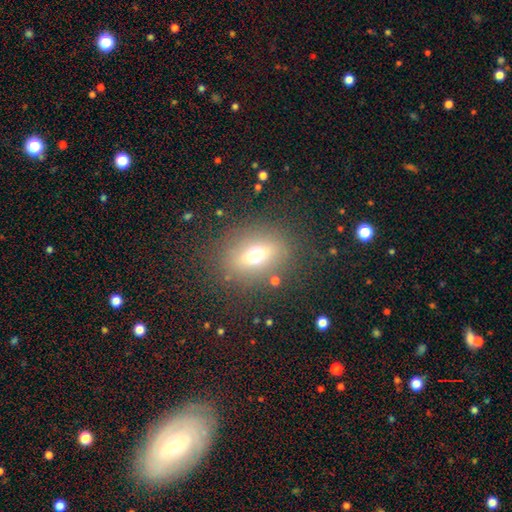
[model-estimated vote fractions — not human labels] The model was most divided on "how rounded": in between: 52%, round: 40%, cigar-shaped: 7%. More confident: merging — none (83%); smooth or featured — smooth (52%).